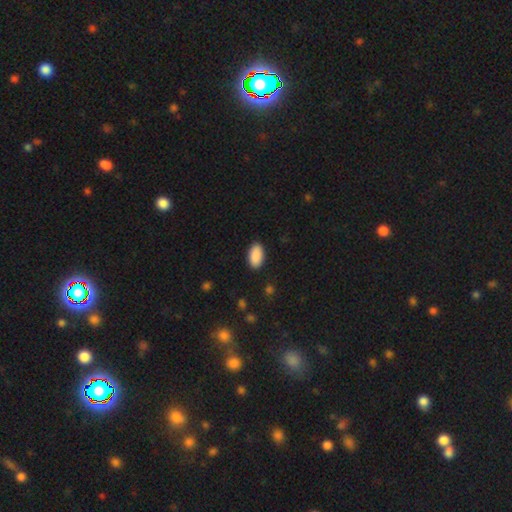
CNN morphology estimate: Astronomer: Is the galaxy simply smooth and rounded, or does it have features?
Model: smooth — 90%.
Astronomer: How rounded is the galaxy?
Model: in between — 95%.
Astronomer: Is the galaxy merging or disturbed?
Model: none — 89%.